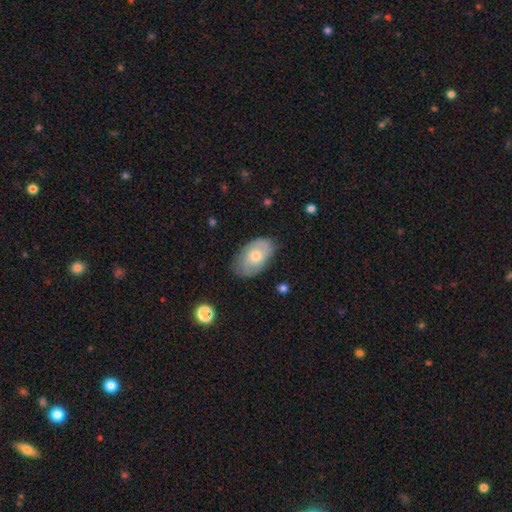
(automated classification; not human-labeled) smooth 58%, featured or disk 36%, star or artifact 7%. Down the decision tree: how rounded — in between (92%); merging — none (77%).